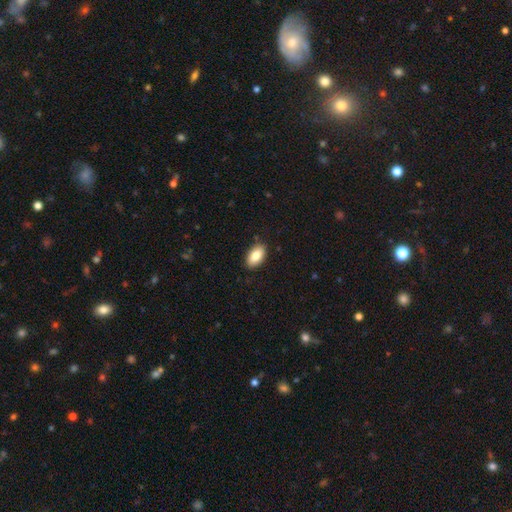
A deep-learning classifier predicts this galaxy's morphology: Q: Smooth or featured?
A: smooth (85%); runner-up: featured or disk (8%)
Q: How rounded?
A: in between (93%); runner-up: round (4%)
Q: Merging?
A: none (88%); runner-up: minor disturbance (9%)